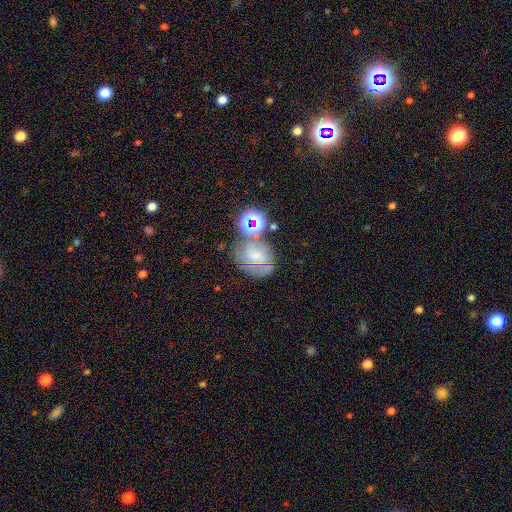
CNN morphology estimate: Smooth or featured? Predicted: smooth (p=0.42). Merging? Predicted: none (p=0.45).